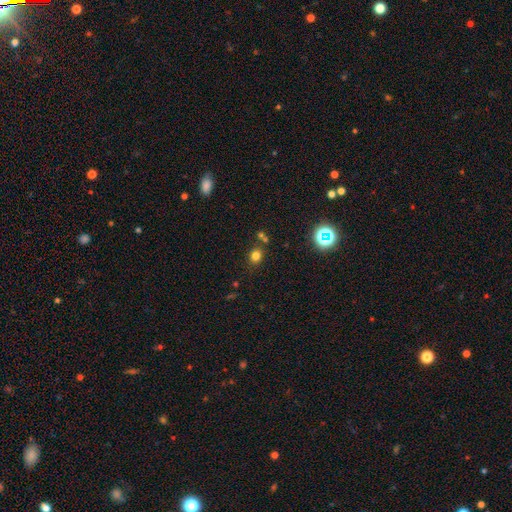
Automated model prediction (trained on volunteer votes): Smooth or featured? Predicted: smooth (p=0.75). How rounded? Predicted: round (p=0.70). Merging? Predicted: none (p=0.75).